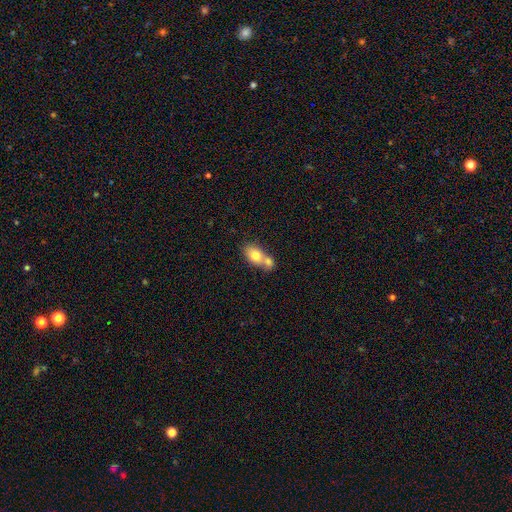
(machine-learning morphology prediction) The model was most divided on "merging": merger: 63%, none: 26%, minor disturbance: 8%, major disturbance: 3%. More confident: how rounded — in between (74%); smooth or featured — smooth (73%).